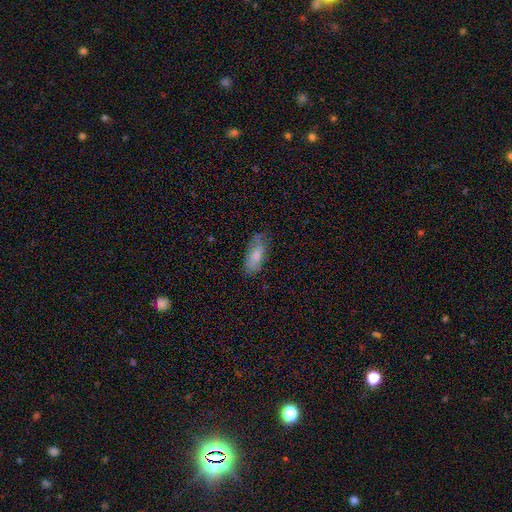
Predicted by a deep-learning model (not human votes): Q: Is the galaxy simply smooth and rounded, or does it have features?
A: smooth — 74%.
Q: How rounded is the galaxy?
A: in between — 80%.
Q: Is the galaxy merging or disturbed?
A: none — 61%.